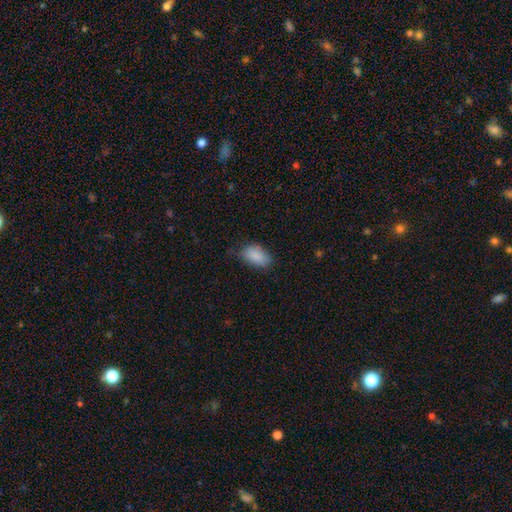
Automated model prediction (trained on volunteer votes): Smooth or featured?
  - smooth: 87% *
  - star or artifact: 7%
  - featured or disk: 6%
How rounded?
  - in between: 92% *
  - round: 5%
  - cigar-shaped: 2%
Merging?
  - none: 64% *
  - minor disturbance: 29%
  - major disturbance: 6%
  - merger: 1%